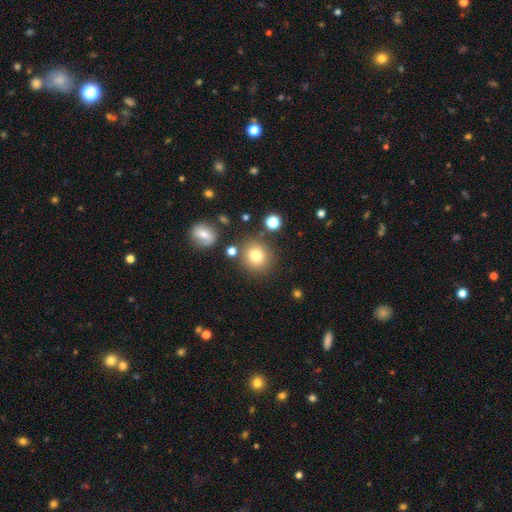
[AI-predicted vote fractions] Smooth or featured? Predicted: smooth (p=0.77). How rounded? Predicted: round (p=0.88). Merging? Predicted: none (p=0.80).